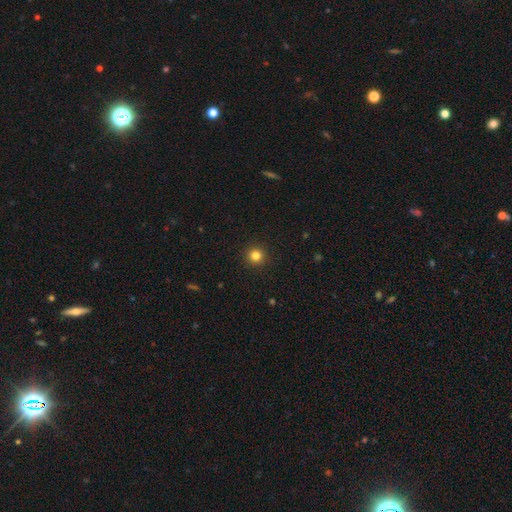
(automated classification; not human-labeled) smooth_or_featured: smooth (p=0.82) [alt: star or artifact p=0.13]
how_rounded: round (p=0.95) [alt: in between p=0.04]
merging: none (p=0.93) [alt: minor disturbance p=0.04]